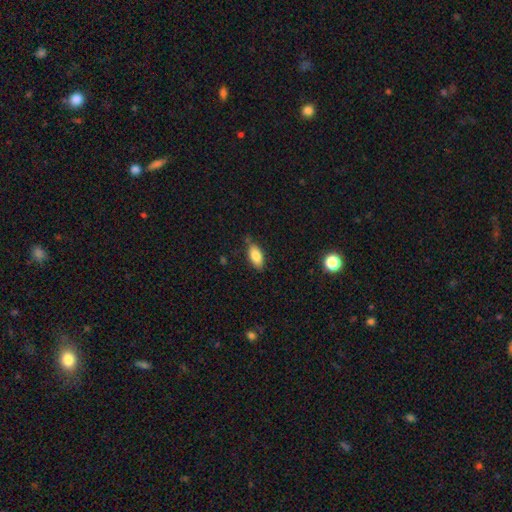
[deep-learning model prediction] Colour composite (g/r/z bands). It shows a smooth galaxy with no disk features (83%) that is in between round and cigar-shaped (88%). Merging: none (77%).